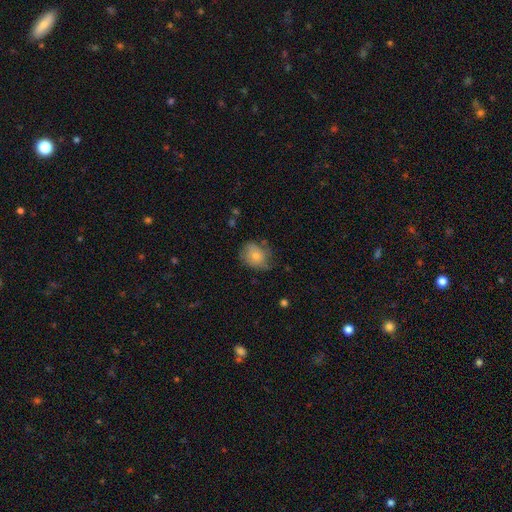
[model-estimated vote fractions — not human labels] Smooth or featured: smooth — 66% (featured or disk — 26%)
How rounded: round — 60% (in between — 39%)
Merging: none — 56% (minor disturbance — 31%)